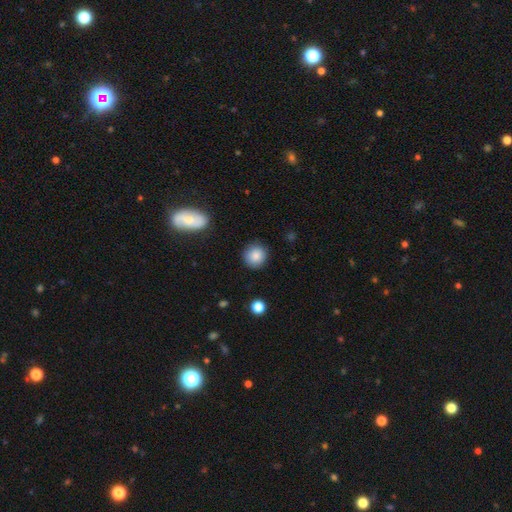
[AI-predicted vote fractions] Smooth or featured? smooth (86%)
How rounded? round (92%)
Merging? none (88%)